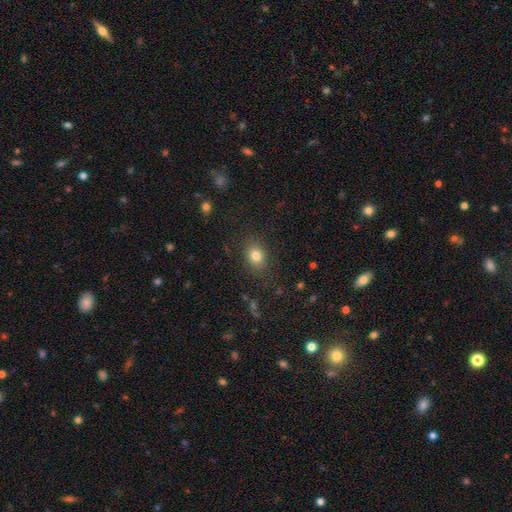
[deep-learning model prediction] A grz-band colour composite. It shows a smooth galaxy with no disk features (80%) that is in between round and cigar-shaped (54%). Merging: none (84%).